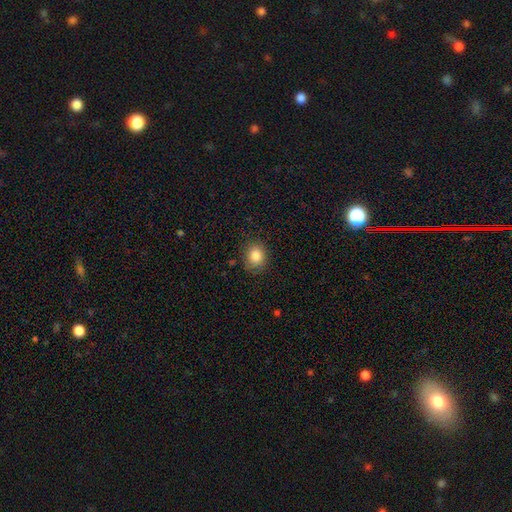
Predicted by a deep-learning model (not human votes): Smooth or featured: smooth — 84% (star or artifact — 10%)
How rounded: round — 66% (in between — 33%)
Merging: none — 84% (minor disturbance — 12%)